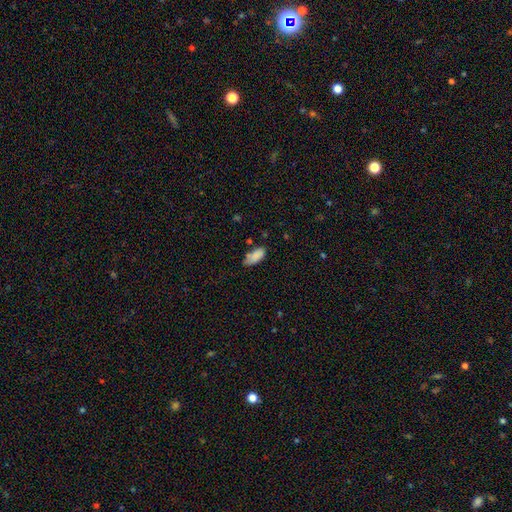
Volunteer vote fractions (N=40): Smooth or featured: smooth — 82% (star or artifact — 12%)
How rounded: in between — 85% (cigar-shaped — 15%)
Merging: none — 66% (minor disturbance — 31%)